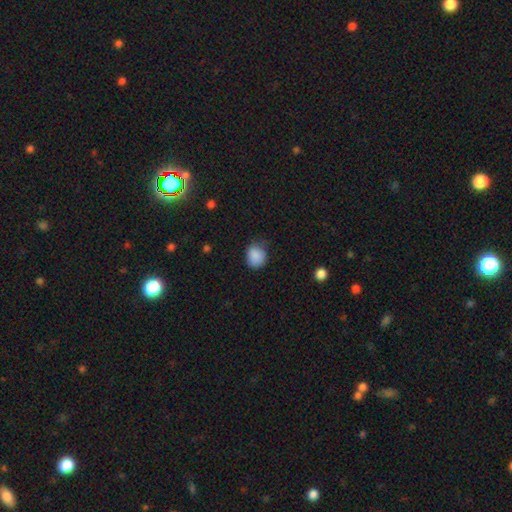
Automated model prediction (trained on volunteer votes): Smooth or featured: smooth — 88% (star or artifact — 8%)
How rounded: round — 69% (in between — 30%)
Merging: none — 68% (minor disturbance — 26%)